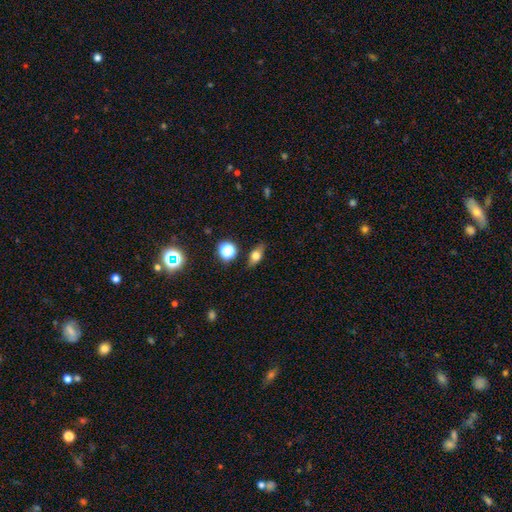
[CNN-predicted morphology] Smooth or featured? smooth (63%)
How rounded? in between (67%)
Merging? none (83%)